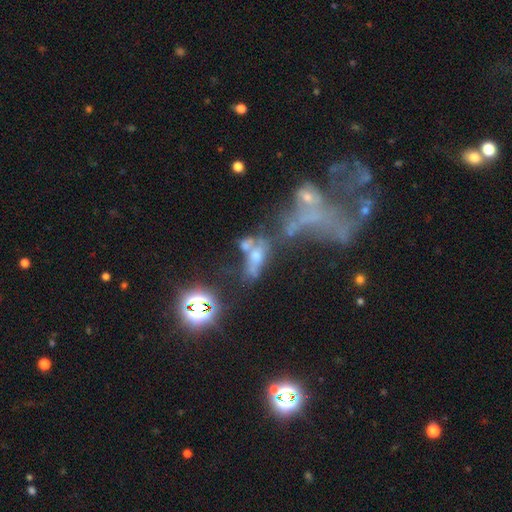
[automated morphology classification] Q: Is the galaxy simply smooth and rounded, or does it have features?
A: featured or disk — 41%.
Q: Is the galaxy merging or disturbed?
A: merger — 52%.